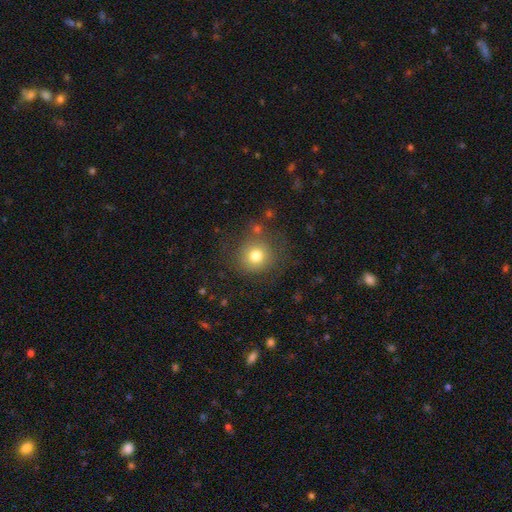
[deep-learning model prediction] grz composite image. It shows a smooth galaxy with no disk features (76%) that is round (92%). Merging: none (78%).